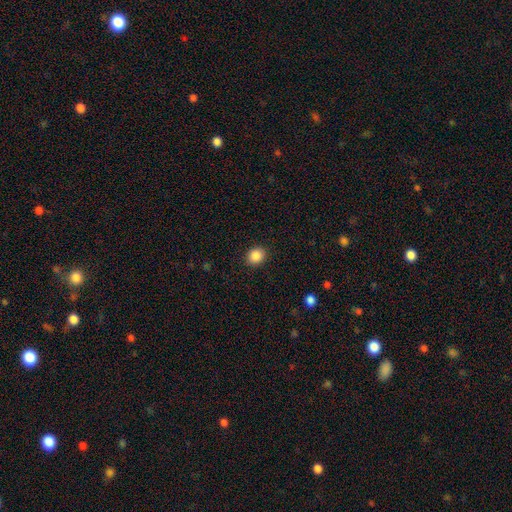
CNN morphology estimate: Overall: smooth (87%). How rounded: round (68%; in between 31%). Merging: none (91%).